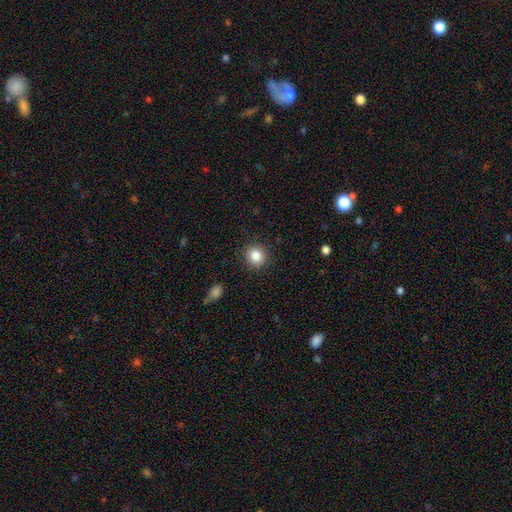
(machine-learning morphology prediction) Smooth or featured? Predicted: smooth (p=0.85). How rounded? Predicted: round (p=0.88). Merging? Predicted: none (p=0.90).